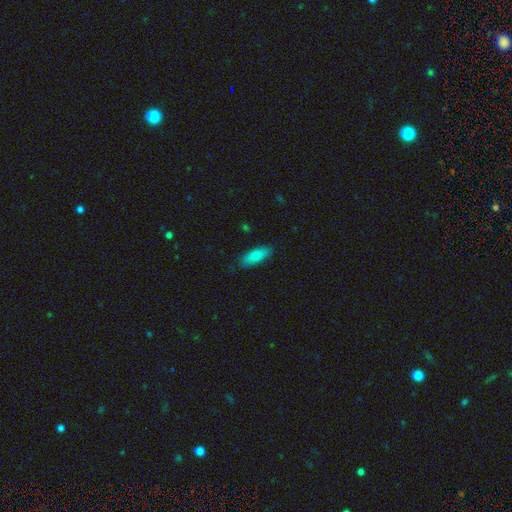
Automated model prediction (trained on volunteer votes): A smooth galaxy with no disk features (78%) that is in between round and cigar-shaped (68%).

Vote fractions:
- Smooth or featured? smooth: 78% / featured or disk: 15% / star or artifact: 7%
- How rounded? in between: 68% / cigar-shaped: 29% / round: 2%
- Merging? none: 84% / minor disturbance: 13% / major disturbance: 2% / merger: 1%